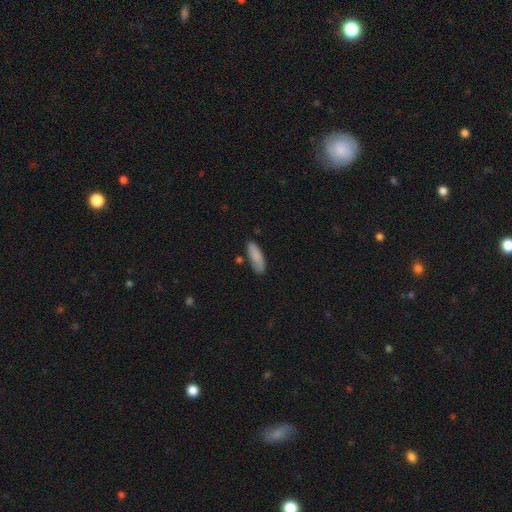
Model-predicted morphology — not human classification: Smooth or featured?
  - smooth: 84% *
  - featured or disk: 10%
  - star or artifact: 6%
How rounded?
  - in between: 62% *
  - cigar-shaped: 37%
  - round: 2%
Merging?
  - none: 71% *
  - minor disturbance: 20%
  - merger: 5%
  - major disturbance: 4%